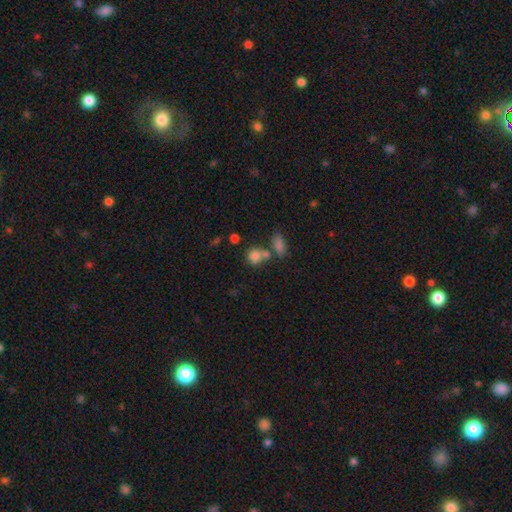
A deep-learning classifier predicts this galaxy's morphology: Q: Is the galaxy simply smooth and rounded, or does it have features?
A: smooth — 80%.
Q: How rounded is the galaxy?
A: round — 67%.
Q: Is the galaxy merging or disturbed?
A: none — 46%.